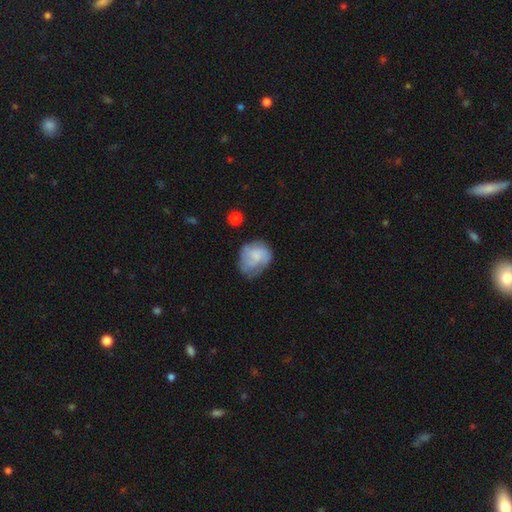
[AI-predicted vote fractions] Smooth or featured? smooth (52%)
How rounded? round (56%)
Merging? none (48%)